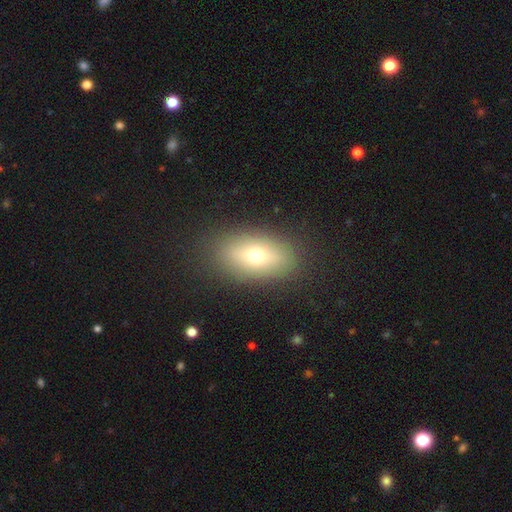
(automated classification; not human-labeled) smooth 68%, featured or disk 20%, star or artifact 13%. Down the decision tree: how rounded — in between (83%); merging — none (85%).